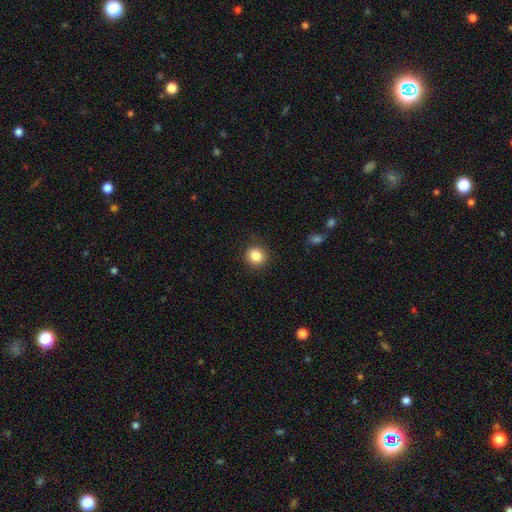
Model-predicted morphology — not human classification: Overall: smooth (85%). How rounded: round (91%). Merging: none (90%).